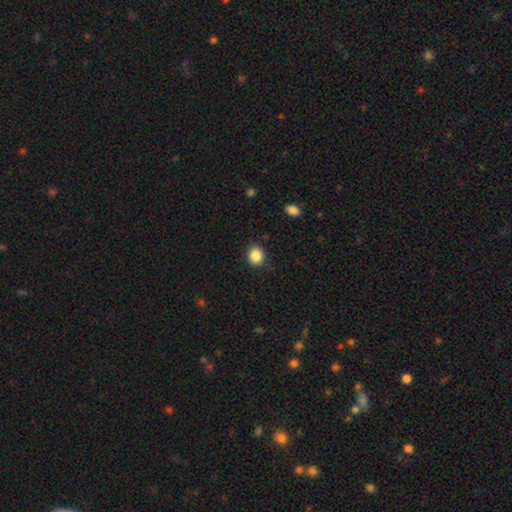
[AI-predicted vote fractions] Morphology: type=smooth (86%); roundness=round (76%); merging=none (86%).